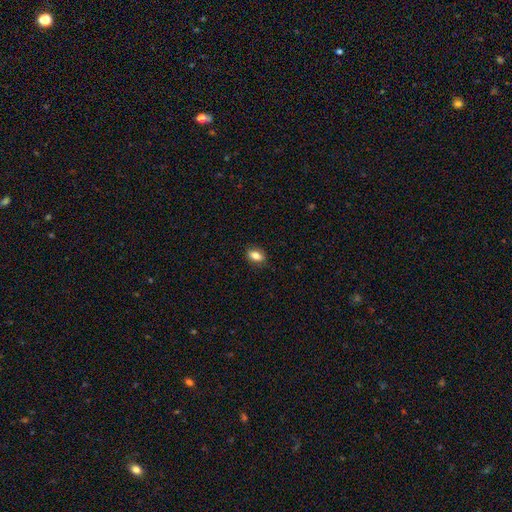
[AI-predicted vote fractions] smooth_or_featured: smooth (p=0.82) [alt: featured or disk p=0.09]
how_rounded: in between (p=0.83) [alt: round p=0.13]
merging: none (p=0.86) [alt: minor disturbance p=0.11]